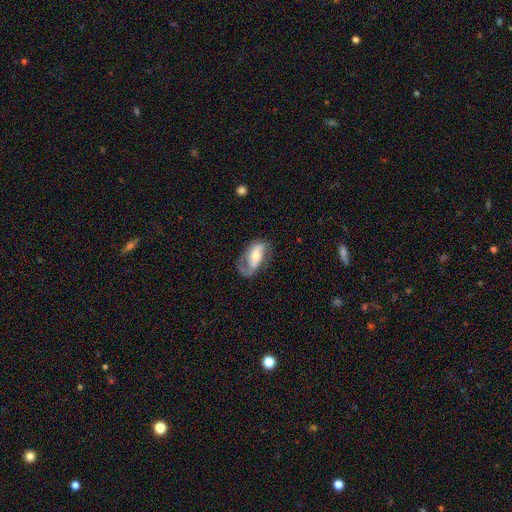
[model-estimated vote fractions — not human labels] Overall: featured or disk (71%). Edge-on disk: no (94%). Bar: no (35%; strong 33%). Spiral arms: yes (84%). Spiral arm count: 2 (60%; 1 29%). Spiral winding: medium (42%; loose 30%). Bulge size: moderate (61%; small 29%). Merging: none (56%; minor disturbance 22%).